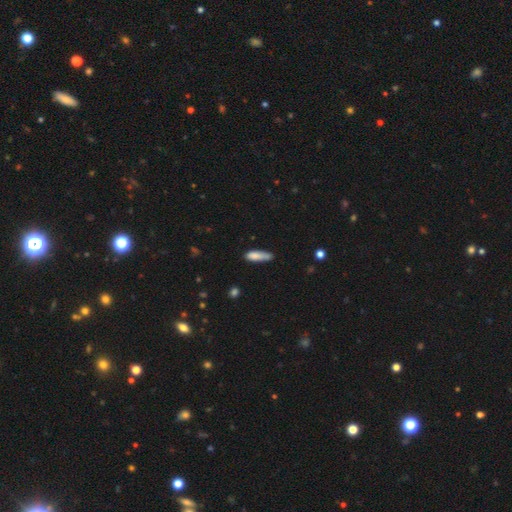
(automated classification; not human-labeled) A smooth galaxy with no disk features (81%) that is cigar-shaped (58%).

Vote fractions:
- Smooth or featured? smooth: 81% / featured or disk: 12% / star or artifact: 7%
- How rounded? cigar-shaped: 58% / in between: 40% / round: 2%
- Merging? none: 53% / minor disturbance: 34% / major disturbance: 8% / merger: 5%